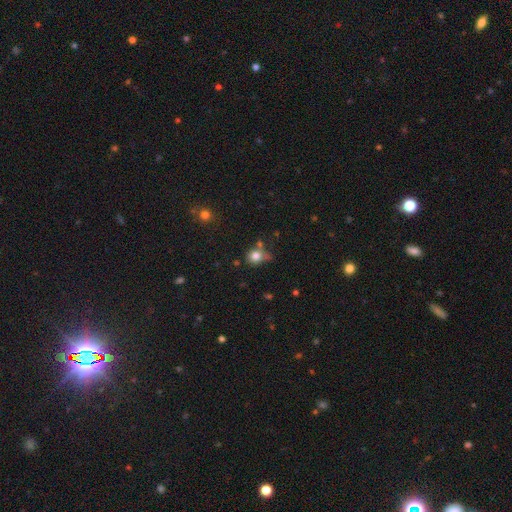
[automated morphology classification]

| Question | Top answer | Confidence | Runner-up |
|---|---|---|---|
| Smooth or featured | smooth | 79% | star or artifact (12%) |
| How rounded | round | 73% | in between (26%) |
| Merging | none | 51% | minor disturbance (27%) |